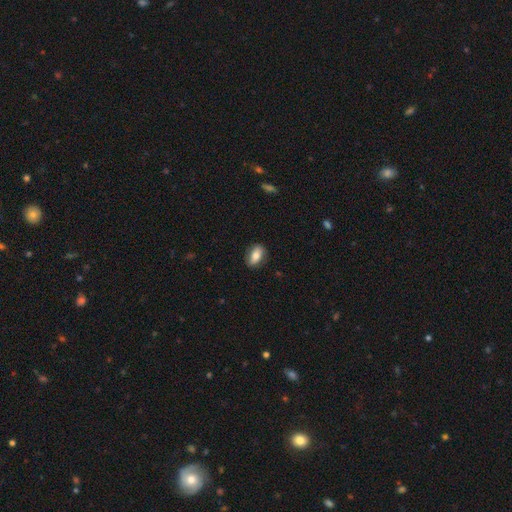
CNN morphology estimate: type=smooth (74%); roundness=in between (87%); merging=none (84%).